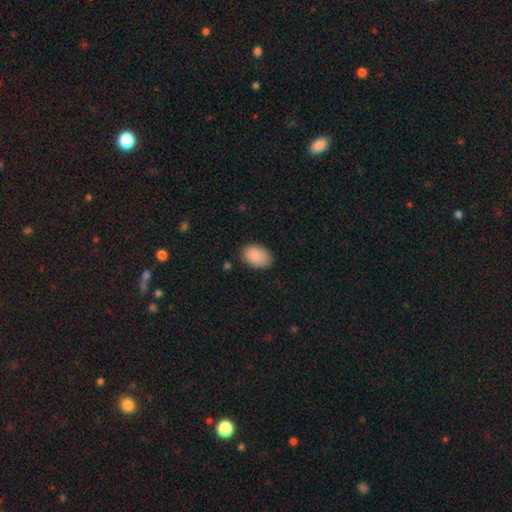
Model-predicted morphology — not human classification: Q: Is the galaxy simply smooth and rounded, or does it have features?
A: smooth — 90%.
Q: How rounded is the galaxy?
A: in between — 89%.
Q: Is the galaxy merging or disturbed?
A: none — 81%.